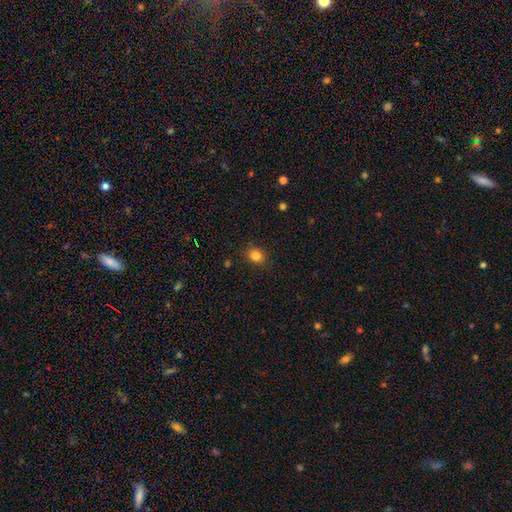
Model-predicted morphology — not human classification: type=smooth (83%); roundness=round (64%); merging=none (88%).